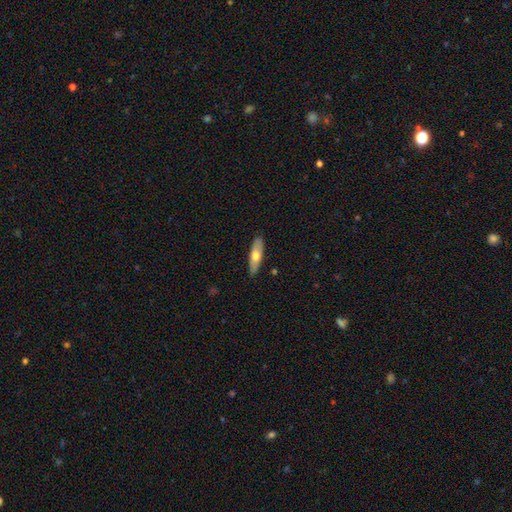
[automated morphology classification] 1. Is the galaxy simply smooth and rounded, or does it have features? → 59% smooth, 35% featured or disk, 6% star or artifact.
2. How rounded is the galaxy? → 50% cigar-shaped, 47% in between, 2% round.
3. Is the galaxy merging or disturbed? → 87% none, 10% minor disturbance, 2% major disturbance, 1% merger.